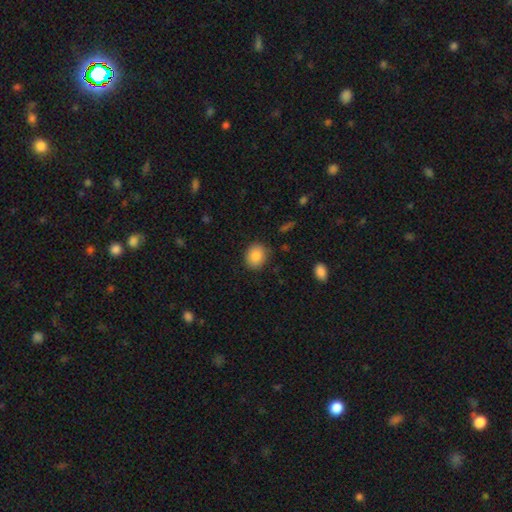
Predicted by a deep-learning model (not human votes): The model was most divided on "how rounded": round: 65%, in between: 34%, cigar-shaped: 1%. More confident: merging — none (86%); smooth or featured — smooth (86%).